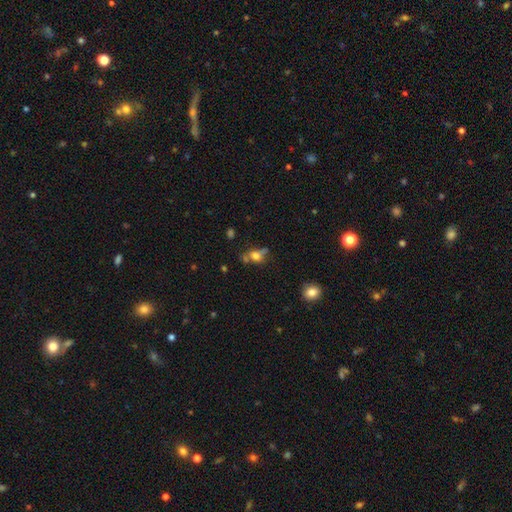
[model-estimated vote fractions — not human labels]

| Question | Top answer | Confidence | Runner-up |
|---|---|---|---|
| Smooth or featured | smooth | 57% | featured or disk (27%) |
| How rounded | in between | 49% | round (43%) |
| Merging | none | 46% | merger (22%) |